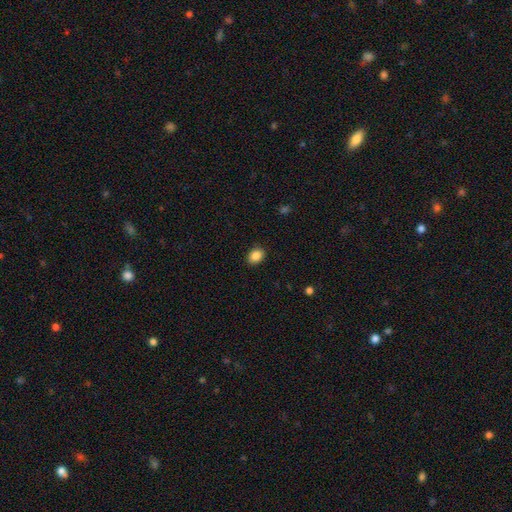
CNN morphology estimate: Smooth or featured: smooth — 87% (star or artifact — 9%)
How rounded: in between — 62% (round — 37%)
Merging: none — 89% (minor disturbance — 8%)